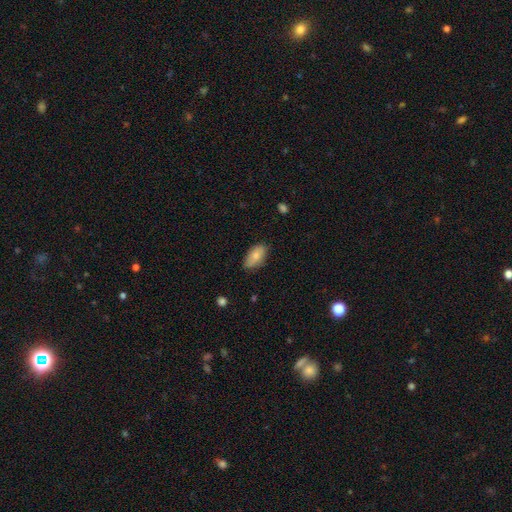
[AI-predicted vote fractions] This appears to be a smooth galaxy with no disk features (80%) that is in between round and cigar-shaped (92%). Merging: none (76%).